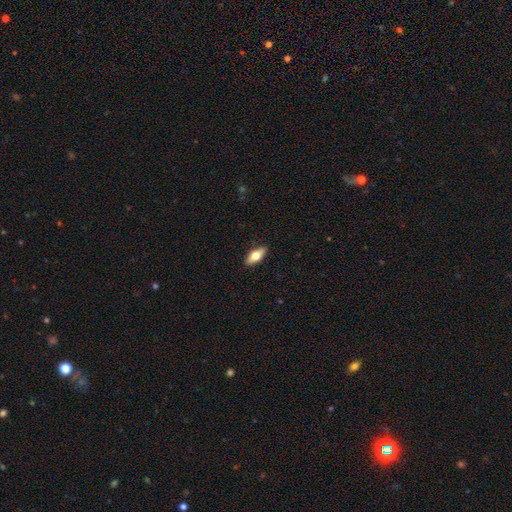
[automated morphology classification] Smooth or featured: smooth — 65% (featured or disk — 29%)
How rounded: in between — 78% (cigar-shaped — 19%)
Merging: none — 90% (minor disturbance — 8%)